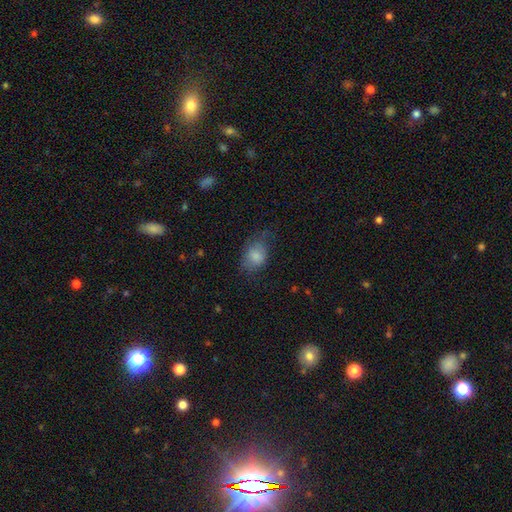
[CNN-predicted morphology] smooth_or_featured: smooth (p=0.78) [alt: featured or disk p=0.13]
how_rounded: in between (p=0.74) [alt: round p=0.25]
merging: none (p=0.49) [alt: minor disturbance p=0.31]